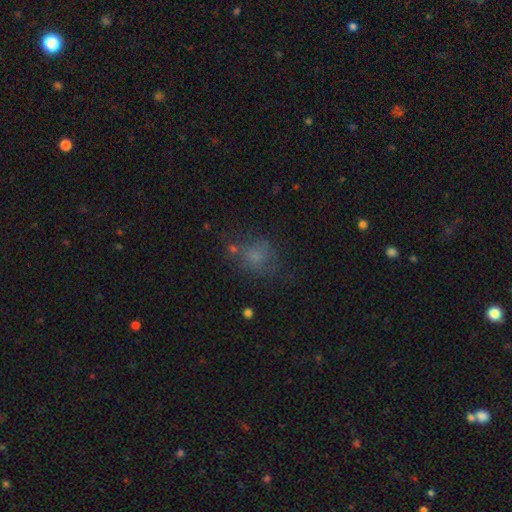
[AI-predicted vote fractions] smooth-or-featured: smooth: 64% | featured or disk: 18% | star or artifact: 17%
  how-rounded: round: 57% | in between: 41% | cigar-shaped: 1%
  merging: none: 52% | minor disturbance: 23% | major disturbance: 19% | merger: 6%